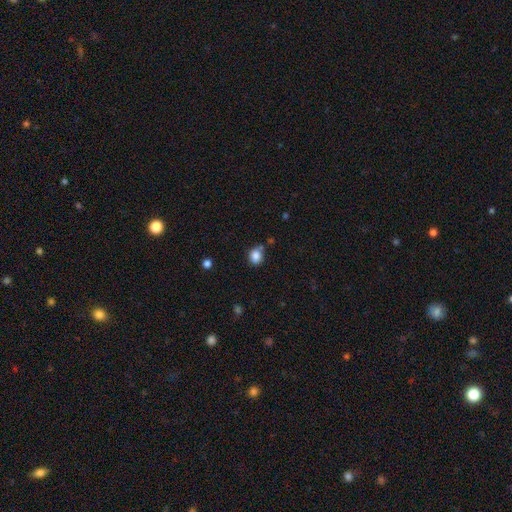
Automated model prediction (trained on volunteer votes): smooth_or_featured: smooth (p=0.85) [alt: star or artifact p=0.10]
how_rounded: round (p=0.52) [alt: in between p=0.47]
merging: none (p=0.65) [alt: minor disturbance p=0.21]